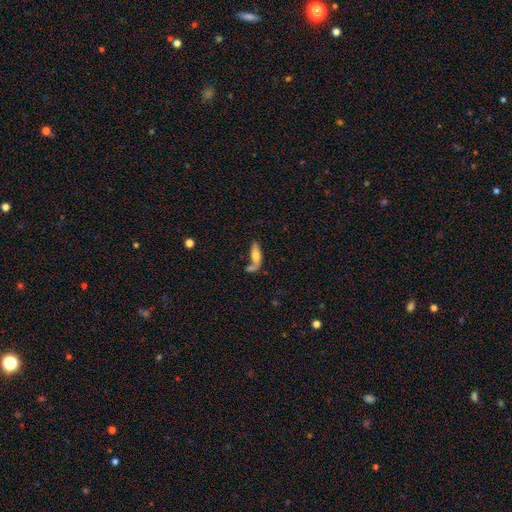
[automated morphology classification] smooth 59%, featured or disk 33%, star or artifact 8%. Down the decision tree: how rounded — in between (54%); merging — none (37%).